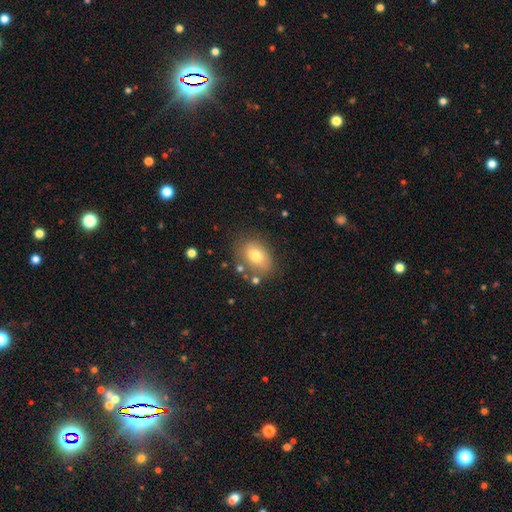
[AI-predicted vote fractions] smooth-or-featured: smooth: 75% | featured or disk: 16% | star or artifact: 10%
  how-rounded: in between: 77% | round: 22% | cigar-shaped: 1%
  merging: none: 73% | minor disturbance: 17% | merger: 5% | major disturbance: 5%